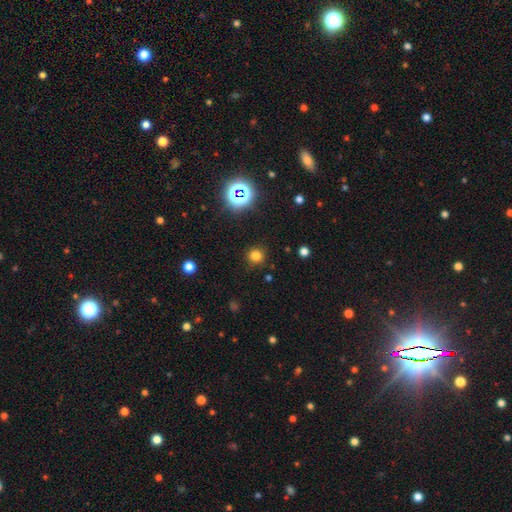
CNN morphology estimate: type=smooth (75%); roundness=round (92%); merging=none (89%).